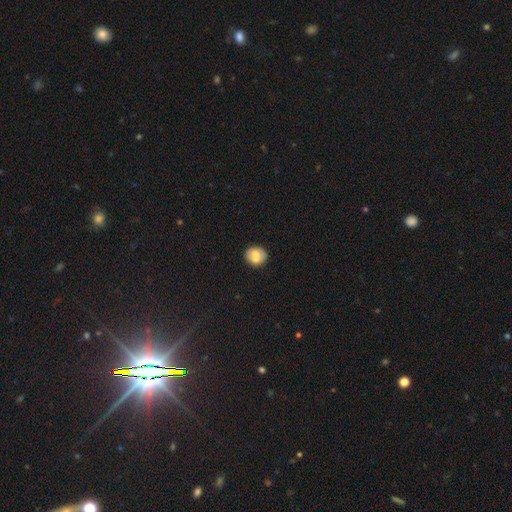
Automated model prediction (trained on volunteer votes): Smooth or featured? smooth (64%)
How rounded? round (75%)
Merging? none (66%)